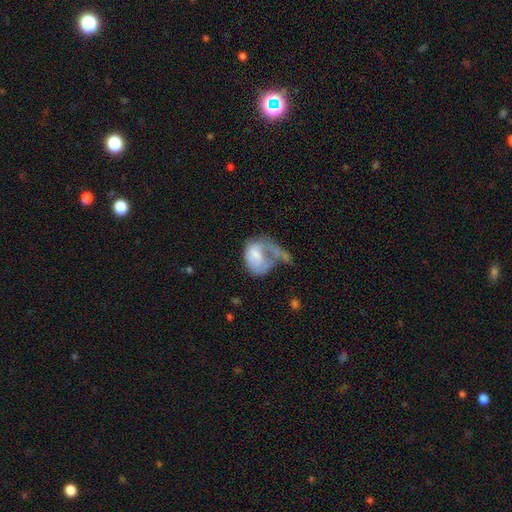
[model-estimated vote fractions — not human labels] smooth 47%, featured or disk 45%, star or artifact 8%. Down the decision tree: merging — major disturbance (57%).